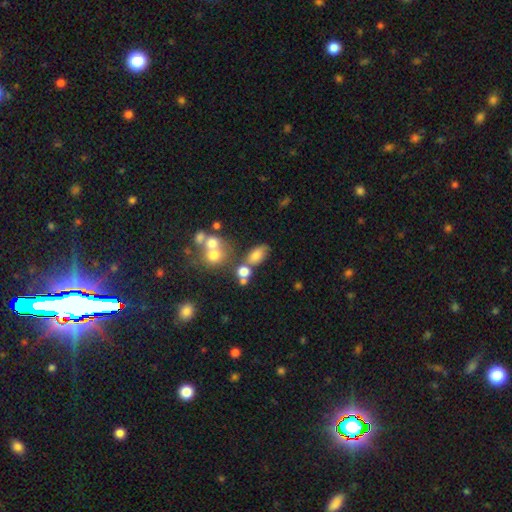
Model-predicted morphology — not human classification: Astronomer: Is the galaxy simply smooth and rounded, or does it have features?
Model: smooth — 73%.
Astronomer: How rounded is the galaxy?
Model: in between — 83%.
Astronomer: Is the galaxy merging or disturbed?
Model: none — 52%.